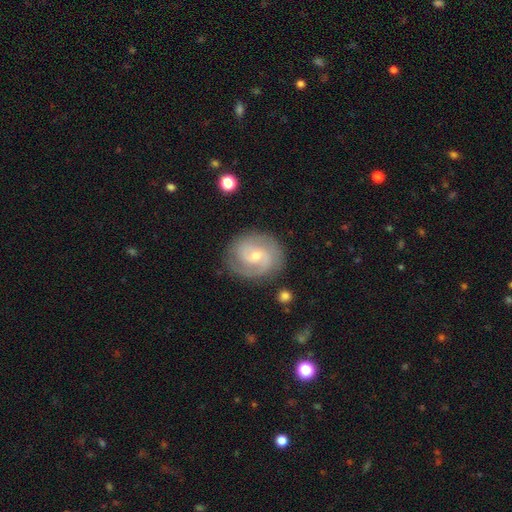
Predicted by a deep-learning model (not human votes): Morphology: type=featured or disk (82%); edge-on=no (97%); bar=no (46%); spiral arms=yes (95%); winding=tight (45%); arm count=2 (70%); bulge=small (57%); merging=none (82%).